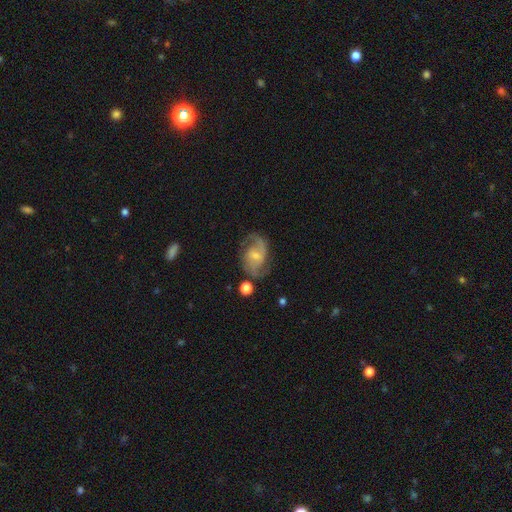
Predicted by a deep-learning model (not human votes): smooth-or-featured: featured or disk: 86% | smooth: 9% | star or artifact: 6%
  disk-edge-on: no: 97% | yes: 3%
    bar: weak: 51% | no: 34% | strong: 16%
    has-spiral-arms: yes: 96% | no: 4%
      spiral-winding: medium: 53% | loose: 32% | tight: 15%
      spiral-arm-count: 2: 90% | can't tell: 4% | 1: 2% | 3: 2% | 4: 1% | more than 4: 1%
    bulge-size: small: 61% | moderate: 30% | none: 6% | large: 2% | dominant: 1%
  merging: none: 73% | minor disturbance: 16% | major disturbance: 8% | merger: 3%